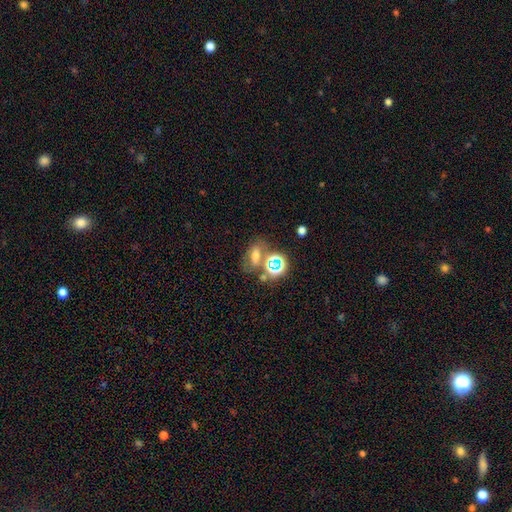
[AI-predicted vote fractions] This is possibly a smooth galaxy (49%). Merging: possibly none (53%).